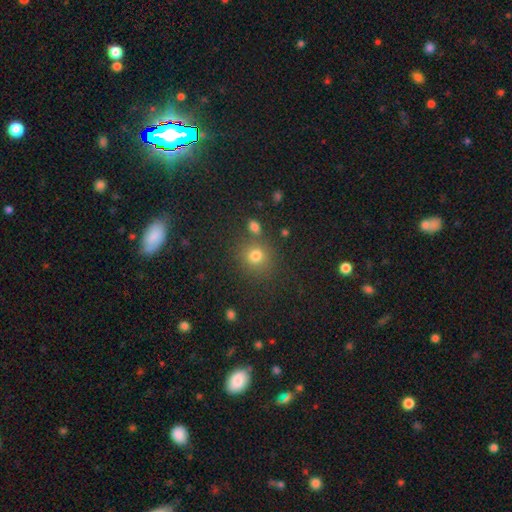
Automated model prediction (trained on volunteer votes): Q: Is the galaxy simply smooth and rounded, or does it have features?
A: smooth — 76%.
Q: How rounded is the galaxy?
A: round — 86%.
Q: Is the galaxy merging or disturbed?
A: none — 75%.